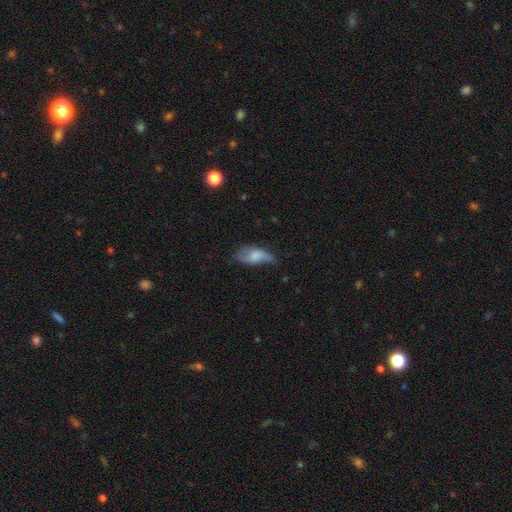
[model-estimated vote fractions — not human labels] The model was most divided on "merging": minor disturbance: 40%, none: 38%, major disturbance: 20%, merger: 3%. More confident: how rounded — in between (85%); smooth or featured — smooth (66%).